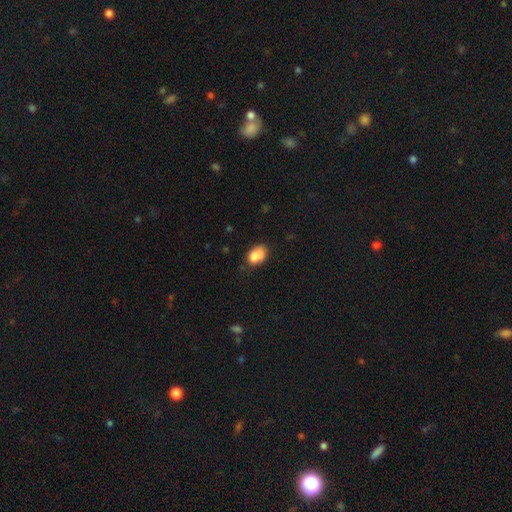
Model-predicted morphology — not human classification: The model was most divided on "merging": none: 44%, minor disturbance: 29%, merger: 17%, major disturbance: 10%. More confident: smooth or featured — smooth (77%); how rounded — in between (76%).